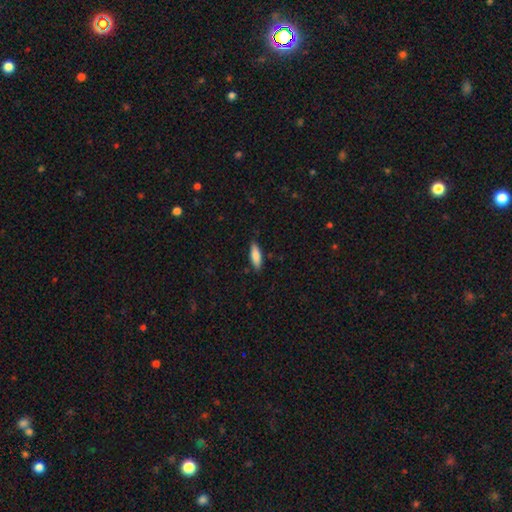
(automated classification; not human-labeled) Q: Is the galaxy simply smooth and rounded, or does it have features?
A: smooth — 84%.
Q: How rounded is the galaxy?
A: in between — 53%.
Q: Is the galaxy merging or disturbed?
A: none — 84%.